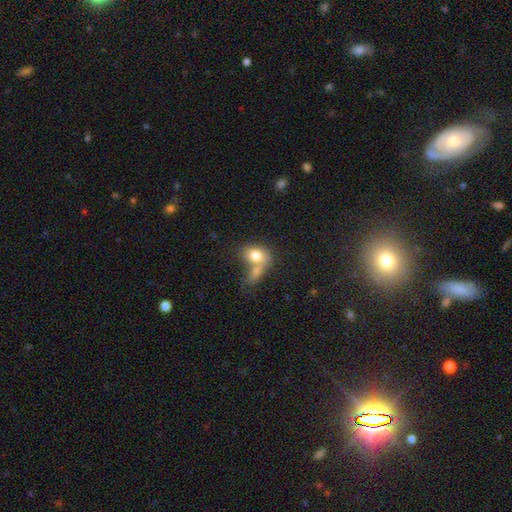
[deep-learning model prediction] Morphology: type=smooth (77%); roundness=in between (68%); merging=merger (58%).